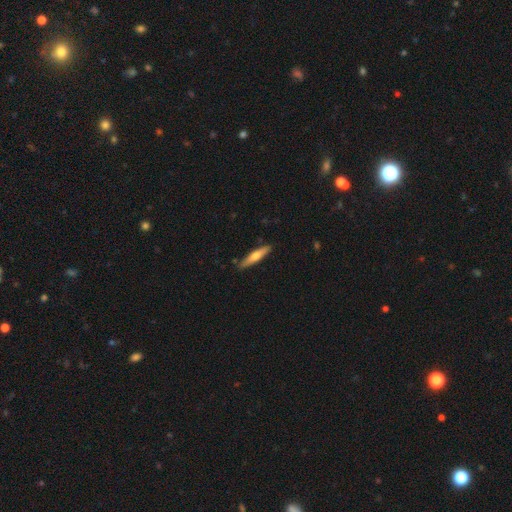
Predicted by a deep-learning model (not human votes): Smooth or featured? smooth (55%)
How rounded? cigar-shaped (86%)
Merging? none (85%)